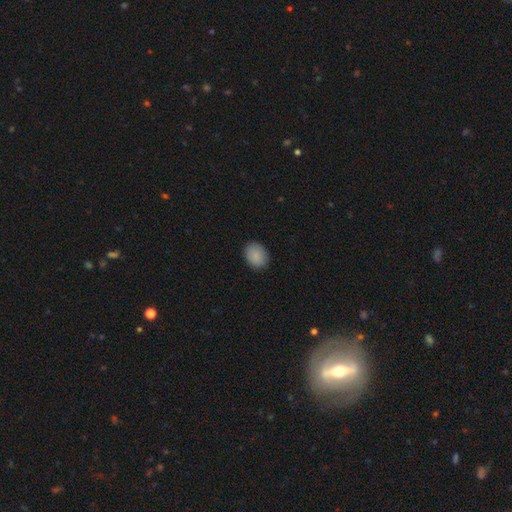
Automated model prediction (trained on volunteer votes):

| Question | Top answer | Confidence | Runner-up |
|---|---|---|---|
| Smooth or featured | smooth | 89% | star or artifact (8%) |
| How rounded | in between | 64% | round (35%) |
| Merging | none | 88% | minor disturbance (9%) |